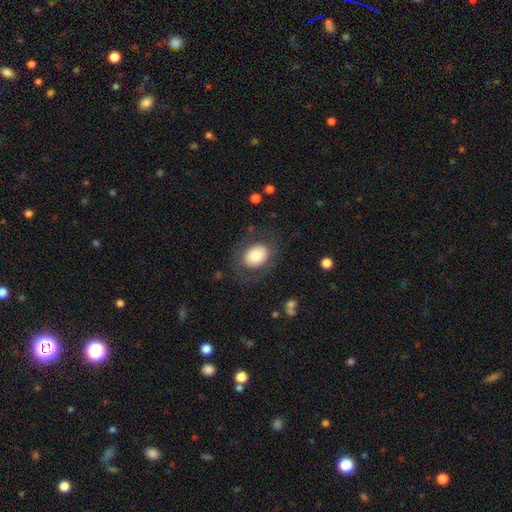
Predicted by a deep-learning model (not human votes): A smooth galaxy with no disk features (75%) that is in between round and cigar-shaped (59%). Merging: none (76%).